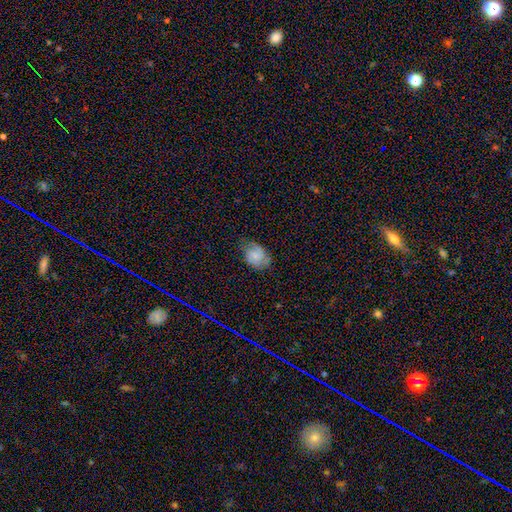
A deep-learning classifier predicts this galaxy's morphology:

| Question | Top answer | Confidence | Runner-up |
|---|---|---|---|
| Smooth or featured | smooth | 50% | featured or disk (42%) |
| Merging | none | 59% | minor disturbance (30%) |